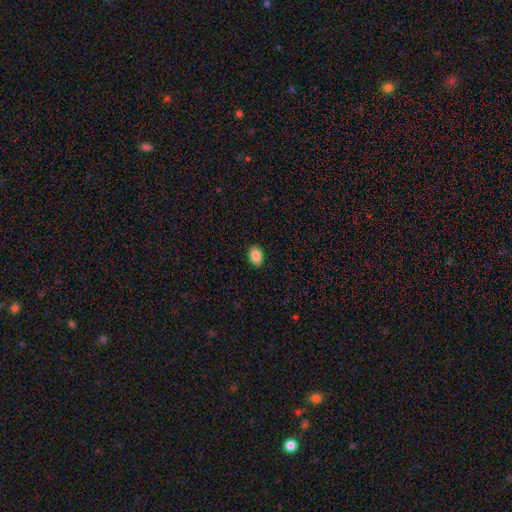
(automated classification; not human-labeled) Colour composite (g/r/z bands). It shows a smooth galaxy with no disk features (87%) that is in between round and cigar-shaped (83%). Merging: none (89%).